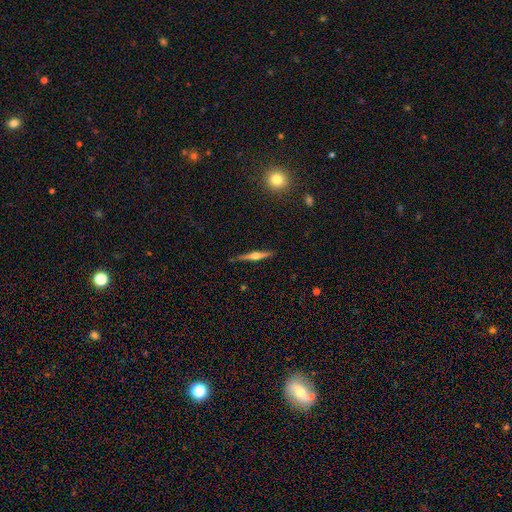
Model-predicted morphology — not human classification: A featured or disk galaxy (75%) viewed edge-on (98%) with a rounded central bulge (91%). Merging: none (87%).